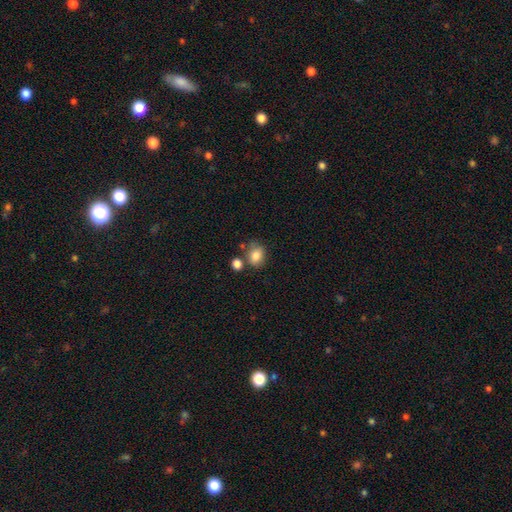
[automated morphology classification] A smooth galaxy with no disk features (82%) that is in between round and cigar-shaped (53%).

Vote fractions:
- Smooth or featured? smooth: 82% / star or artifact: 10% / featured or disk: 8%
- How rounded? in between: 53% / round: 46% / cigar-shaped: 1%
- Merging? none: 63% / minor disturbance: 17% / merger: 15% / major disturbance: 5%